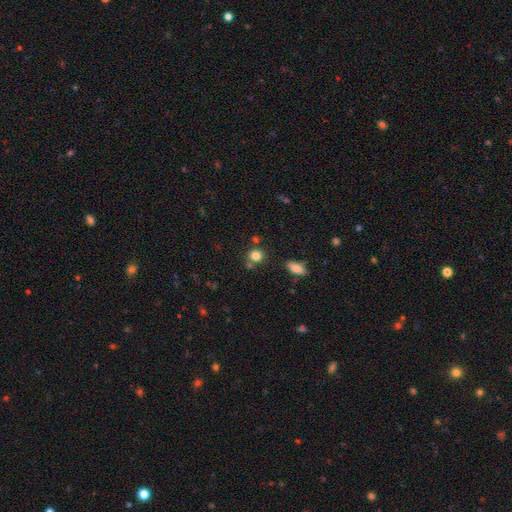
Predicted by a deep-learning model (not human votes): Smooth or featured? smooth (82%)
How rounded? round (78%)
Merging? none (69%)